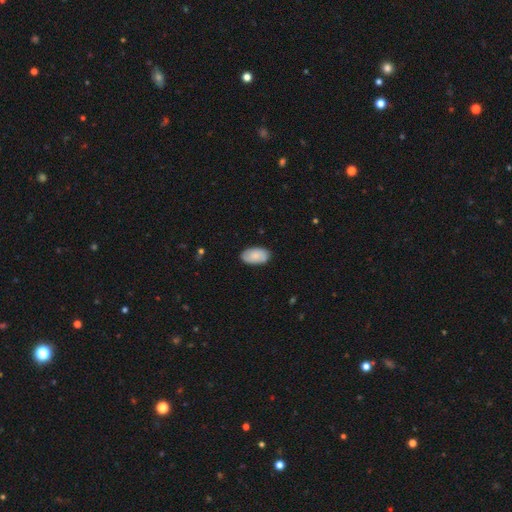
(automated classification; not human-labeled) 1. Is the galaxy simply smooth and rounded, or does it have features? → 76% smooth, 18% featured or disk, 6% star or artifact.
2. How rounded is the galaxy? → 95% in between, 3% round, 2% cigar-shaped.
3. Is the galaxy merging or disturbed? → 86% none, 11% minor disturbance, 2% major disturbance, 1% merger.